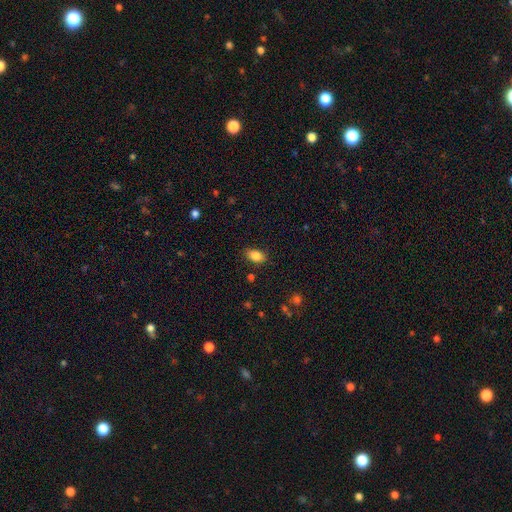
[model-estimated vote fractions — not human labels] The model was most divided on "merging": none: 85%, minor disturbance: 11%, major disturbance: 3%, merger: 1%. More confident: how rounded — in between (88%); smooth or featured — smooth (84%).